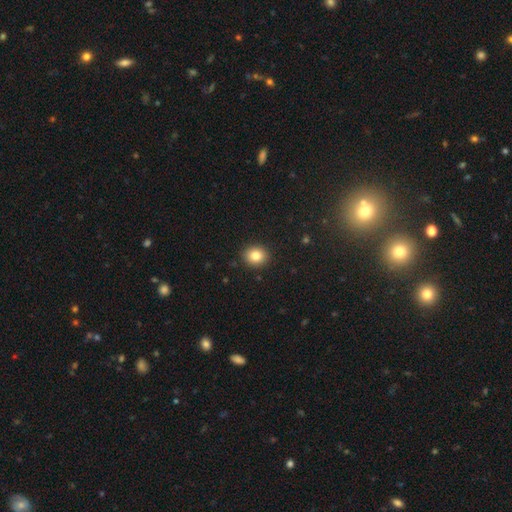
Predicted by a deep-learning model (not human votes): This is clearly a smooth galaxy (83%). How rounded: likely round (70%). Merging: clearly none (91%).